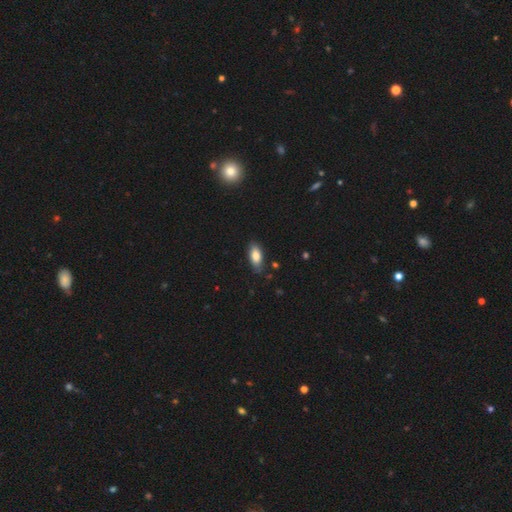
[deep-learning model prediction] A smooth galaxy with no disk features (82%) that is in between round and cigar-shaped (85%).

Vote fractions:
- Smooth or featured? smooth: 82% / featured or disk: 12% / star or artifact: 7%
- How rounded? in between: 85% / cigar-shaped: 12% / round: 3%
- Merging? none: 82% / minor disturbance: 14% / major disturbance: 2% / merger: 1%